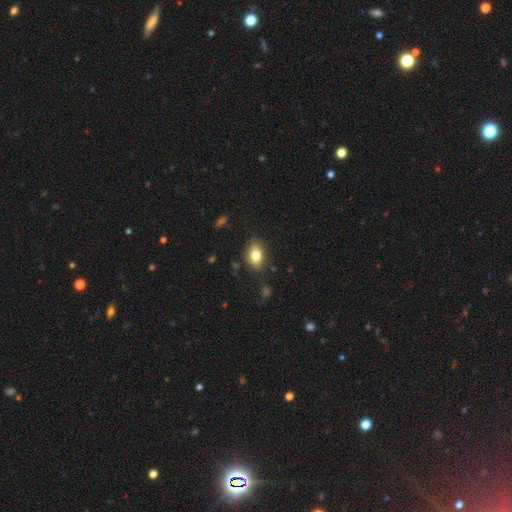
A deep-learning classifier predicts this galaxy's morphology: Smooth or featured: smooth — 81% (featured or disk — 11%)
How rounded: in between — 86% (round — 12%)
Merging: none — 83% (minor disturbance — 12%)